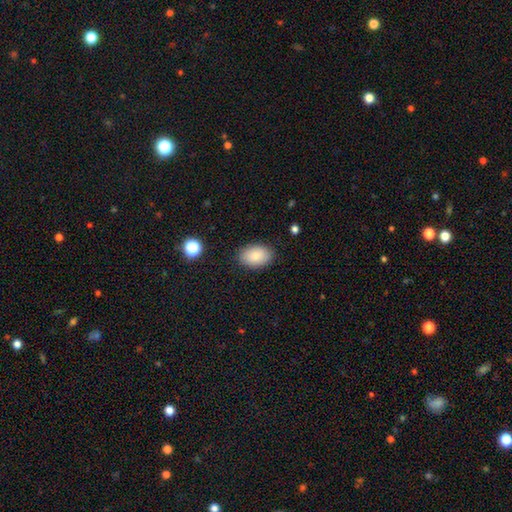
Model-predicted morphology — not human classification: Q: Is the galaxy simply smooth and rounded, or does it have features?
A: smooth — 82%.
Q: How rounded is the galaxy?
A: in between — 87%.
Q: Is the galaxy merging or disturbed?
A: none — 86%.